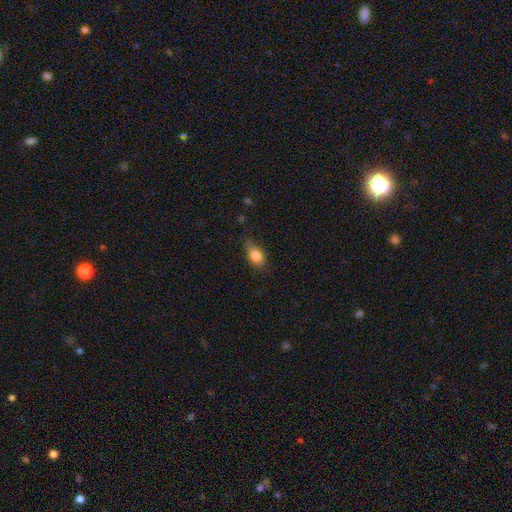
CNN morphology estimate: Q: Smooth or featured?
A: smooth (83%); runner-up: featured or disk (9%)
Q: How rounded?
A: in between (84%); runner-up: round (11%)
Q: Merging?
A: none (69%); runner-up: minor disturbance (24%)